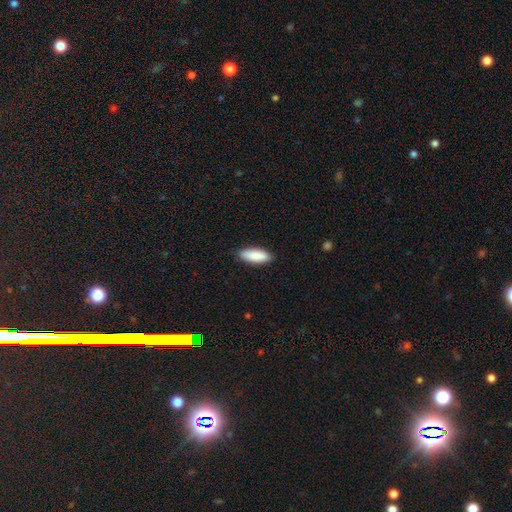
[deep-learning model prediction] A smooth galaxy with no disk features (89%) that is in between round and cigar-shaped (65%). Merging: none (88%).